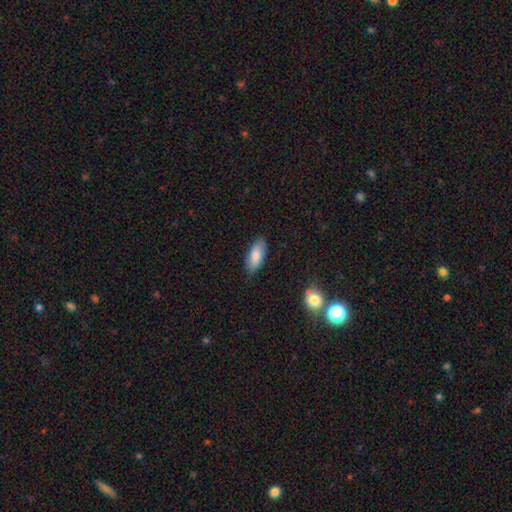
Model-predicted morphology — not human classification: This appears to be a smooth galaxy with no disk features (84%) that is in between round and cigar-shaped (85%). Merging: none (84%).